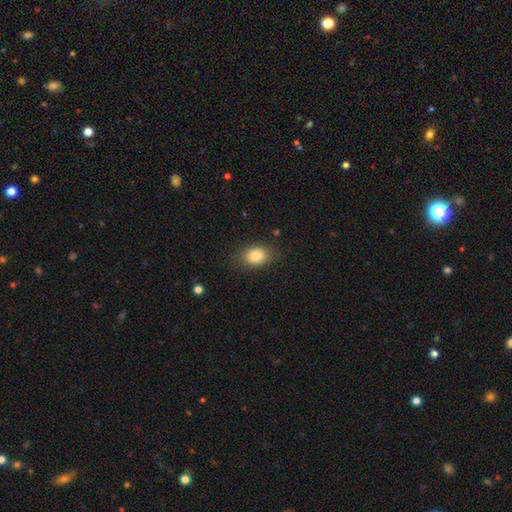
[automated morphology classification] smooth_or_featured: smooth (p=0.84) [alt: star or artifact p=0.08]
how_rounded: in between (p=0.73) [alt: round p=0.25]
merging: none (p=0.84) [alt: minor disturbance p=0.12]